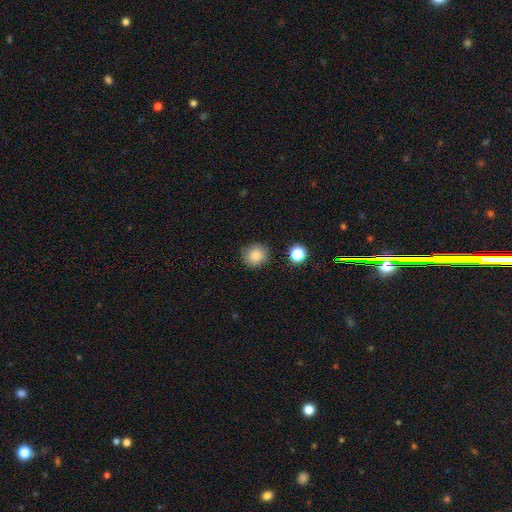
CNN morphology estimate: smooth-or-featured: smooth: 85% | star or artifact: 10% | featured or disk: 5%
  how-rounded: round: 86% | in between: 13% | cigar-shaped: 1%
  merging: none: 85% | minor disturbance: 10% | major disturbance: 3% | merger: 2%